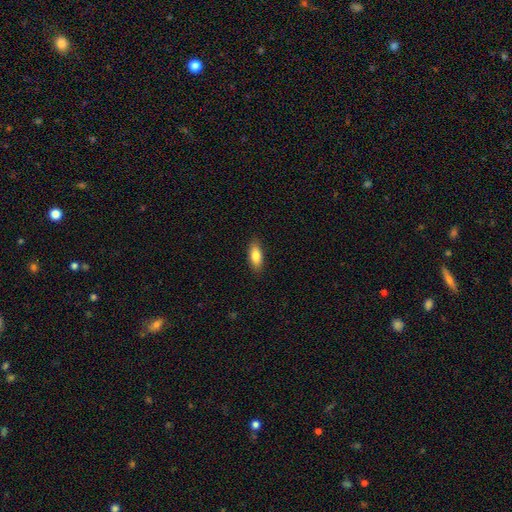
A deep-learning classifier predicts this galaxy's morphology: smooth_or_featured: smooth (p=0.83) [alt: featured or disk p=0.11]
how_rounded: in between (p=0.78) [alt: cigar-shaped p=0.20]
merging: none (p=0.88) [alt: minor disturbance p=0.09]